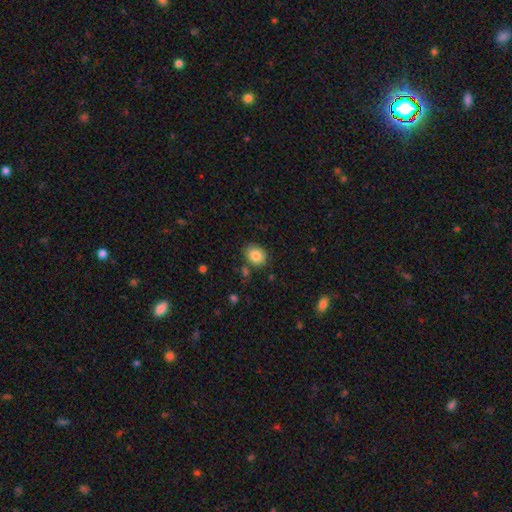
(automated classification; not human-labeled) A smooth galaxy with no disk features (86%) that is in between round and cigar-shaped (61%).

Vote fractions:
- Smooth or featured? smooth: 86% / star or artifact: 8% / featured or disk: 6%
- How rounded? in between: 61% / round: 38% / cigar-shaped: 1%
- Merging? none: 80% / minor disturbance: 12% / merger: 5% / major disturbance: 3%